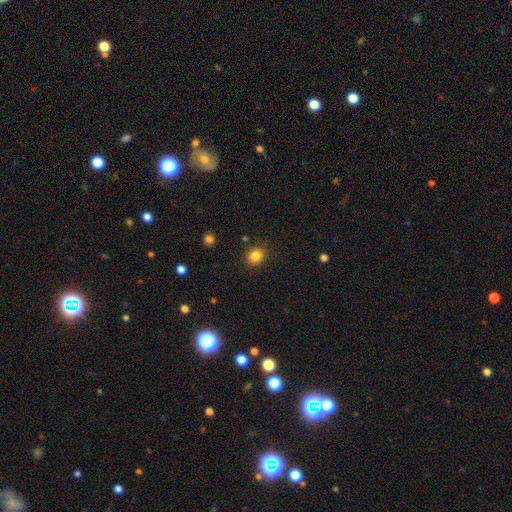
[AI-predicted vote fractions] smooth_or_featured: smooth (p=0.84) [alt: star or artifact p=0.11]
how_rounded: round (p=0.81) [alt: in between p=0.18]
merging: none (p=0.89) [alt: minor disturbance p=0.08]